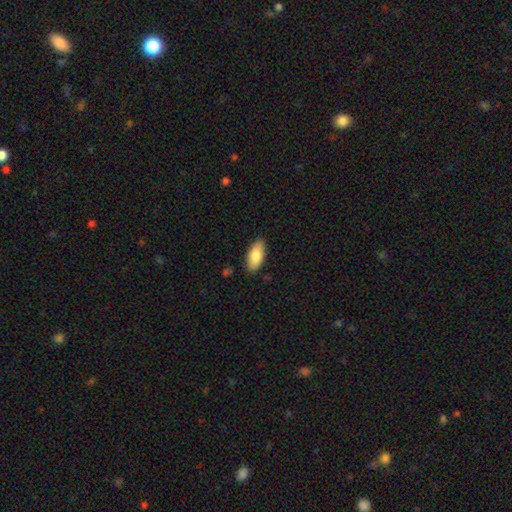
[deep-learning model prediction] Smooth or featured? Predicted: smooth (p=0.84). How rounded? Predicted: in between (p=0.88). Merging? Predicted: none (p=0.86).